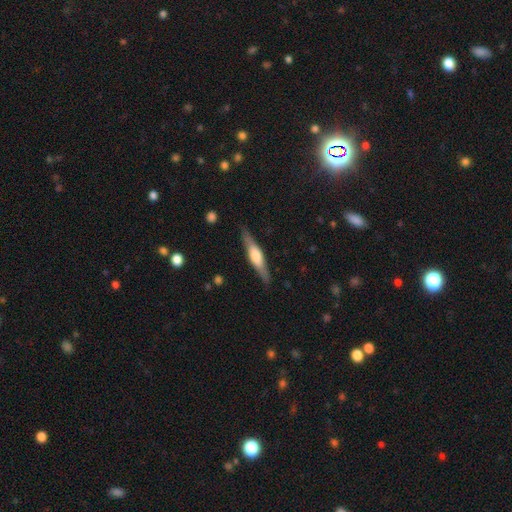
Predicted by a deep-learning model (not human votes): Overall: featured or disk (55%; smooth 40%). Edge-on disk: yes (93%). Edge-on bulge: rounded (73%). Merging: none (85%).